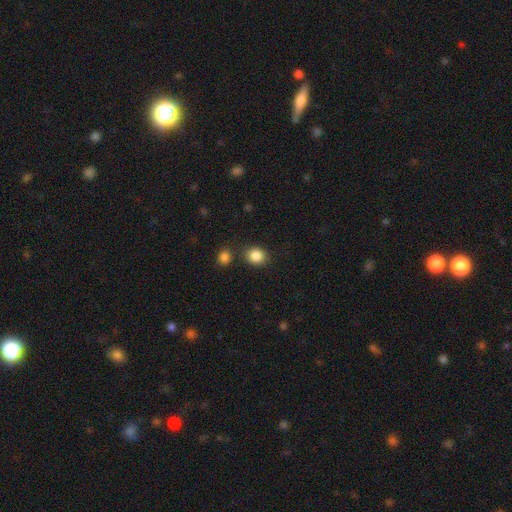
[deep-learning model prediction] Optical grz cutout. It shows a smooth galaxy with no disk features (87%) that is round (66%). Merging: none (80%).